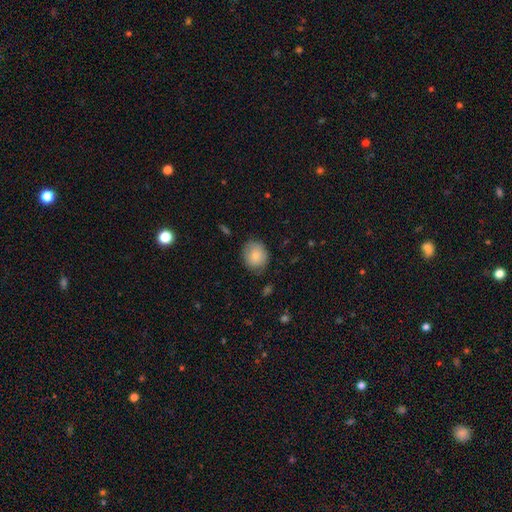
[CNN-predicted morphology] smooth-or-featured: smooth: 83% | featured or disk: 10% | star or artifact: 7%
  how-rounded: round: 69% | in between: 31% | cigar-shaped: 1%
  merging: none: 77% | minor disturbance: 18% | major disturbance: 4% | merger: 1%